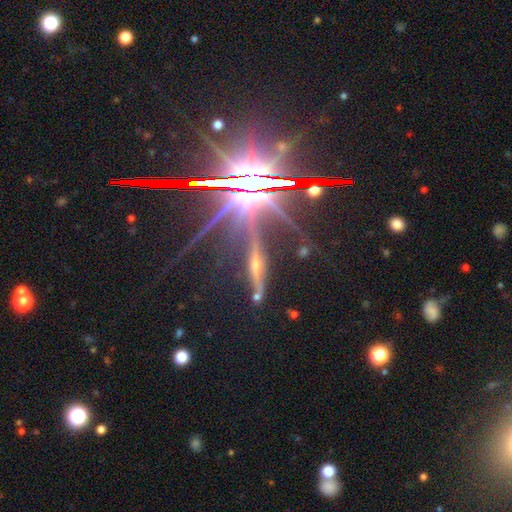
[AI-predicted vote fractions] Morphology: type=star or artifact (51%).